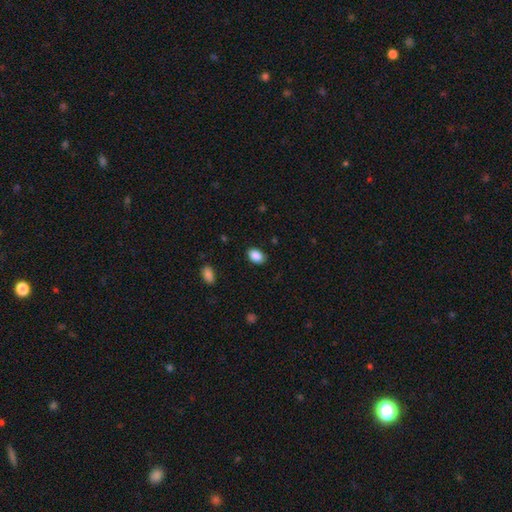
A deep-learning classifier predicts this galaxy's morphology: A smooth galaxy with no disk features (89%) that is in between round and cigar-shaped (82%). Merging: none (86%).